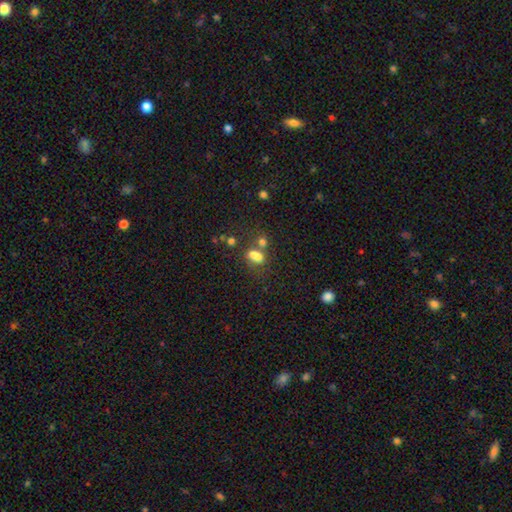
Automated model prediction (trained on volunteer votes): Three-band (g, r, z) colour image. It shows a smooth galaxy with no disk features (74%) that is in between round and cigar-shaped (75%). Merging: merger (40%).